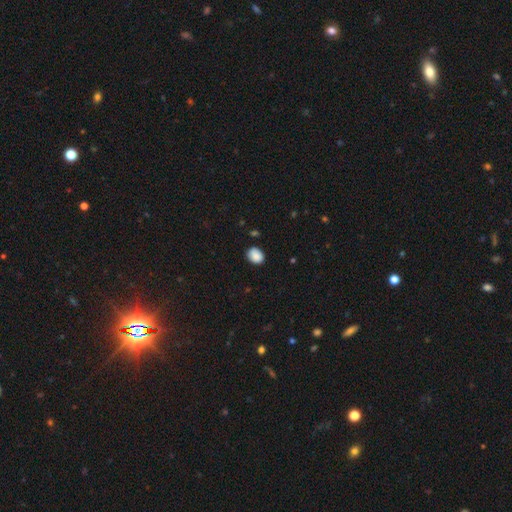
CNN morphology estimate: Smooth or featured?
  - smooth: 88% *
  - star or artifact: 8%
  - featured or disk: 4%
How rounded?
  - in between: 61% *
  - round: 38%
  - cigar-shaped: 1%
Merging?
  - none: 79% *
  - minor disturbance: 16%
  - major disturbance: 3%
  - merger: 2%